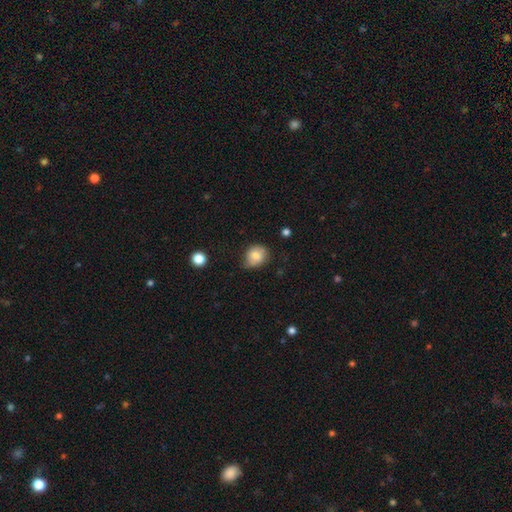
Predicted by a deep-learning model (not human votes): smooth 79%, featured or disk 13%, star or artifact 9%. Down the decision tree: how rounded — round (59%); merging — none (55%).